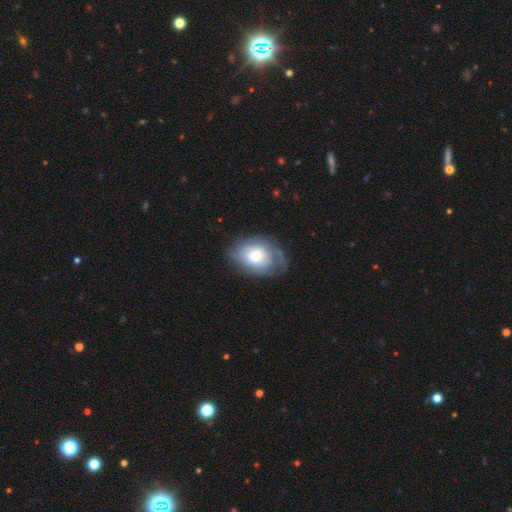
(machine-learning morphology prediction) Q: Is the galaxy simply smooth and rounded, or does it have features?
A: smooth — 51%.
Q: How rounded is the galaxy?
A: in between — 70%.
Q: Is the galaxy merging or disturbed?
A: none — 59%.